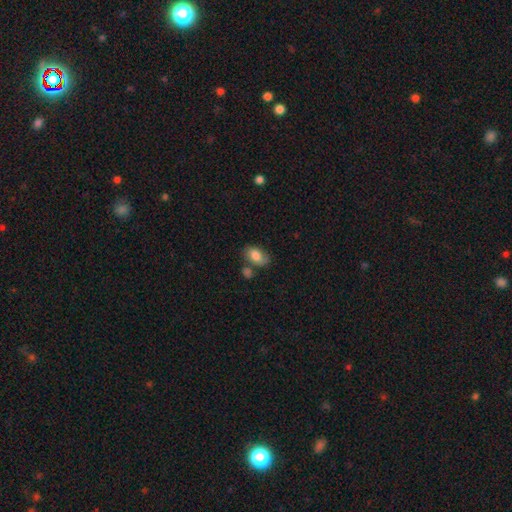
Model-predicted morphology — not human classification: A smooth galaxy with no disk features (77%) that is in between round and cigar-shaped (87%). Merging: none (56%).